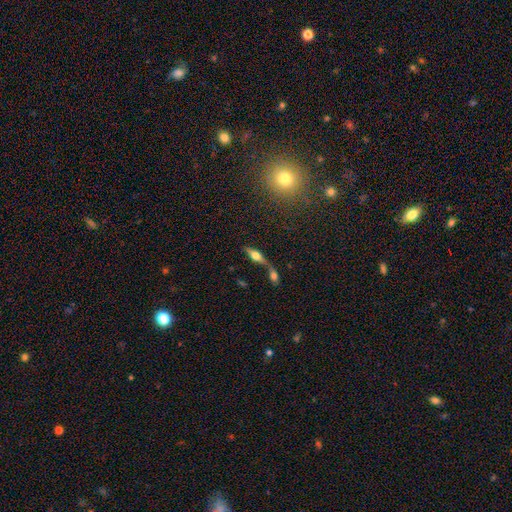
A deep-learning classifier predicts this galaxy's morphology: Q: Smooth or featured?
A: featured or disk (47%); runner-up: smooth (42%)
Q: Merging?
A: none (42%); runner-up: merger (39%)